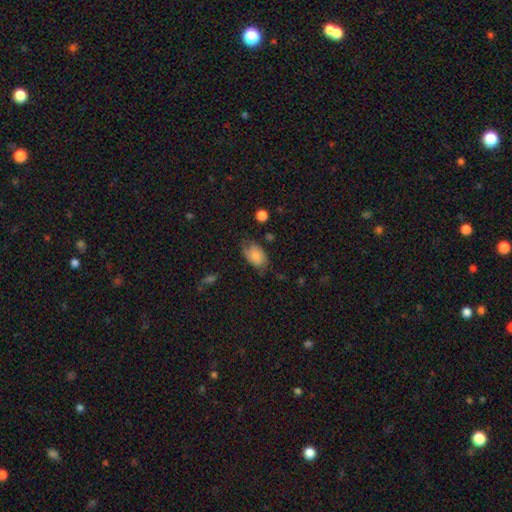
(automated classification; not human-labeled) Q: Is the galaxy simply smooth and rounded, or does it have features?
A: smooth — 68%.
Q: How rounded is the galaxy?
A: in between — 89%.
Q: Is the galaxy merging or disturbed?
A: none — 55%.